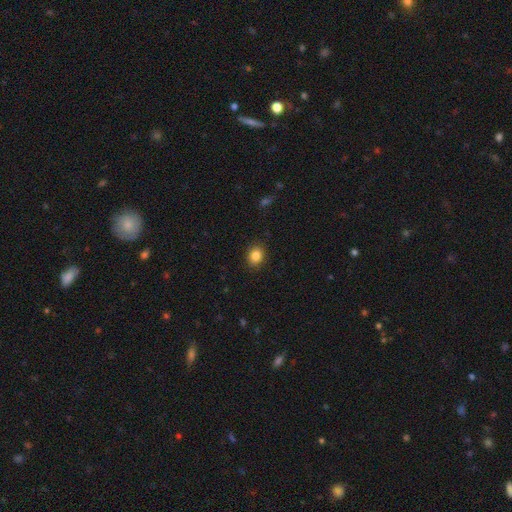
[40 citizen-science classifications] This is clearly a smooth galaxy (88%). How rounded: likely round (63%). Merging: clearly none (89%).